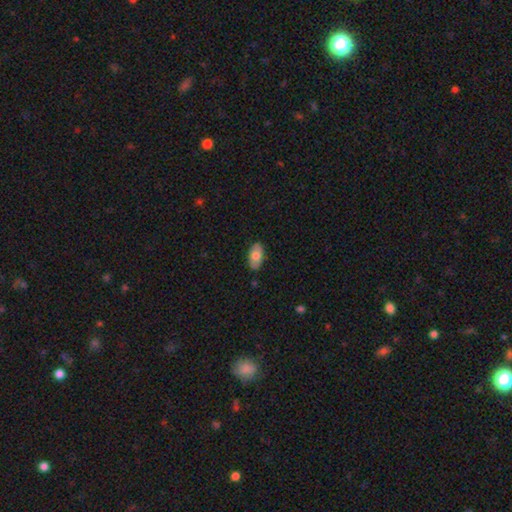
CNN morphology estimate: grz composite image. It shows a smooth galaxy with no disk features (68%) that is in between round and cigar-shaped (94%). Merging: none (84%).